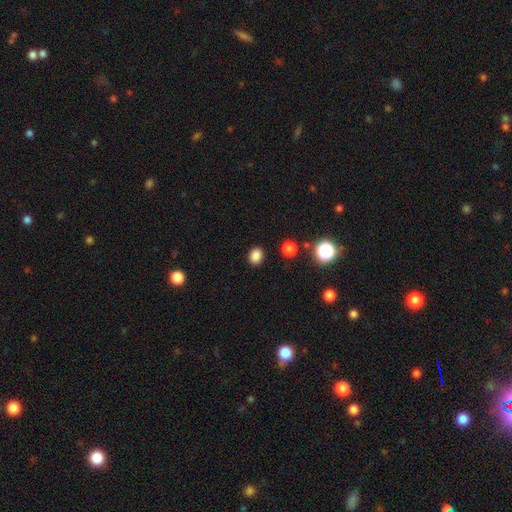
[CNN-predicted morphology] This appears to be a smooth galaxy with no disk features (84%) that is round (54%). Merging: none (89%).